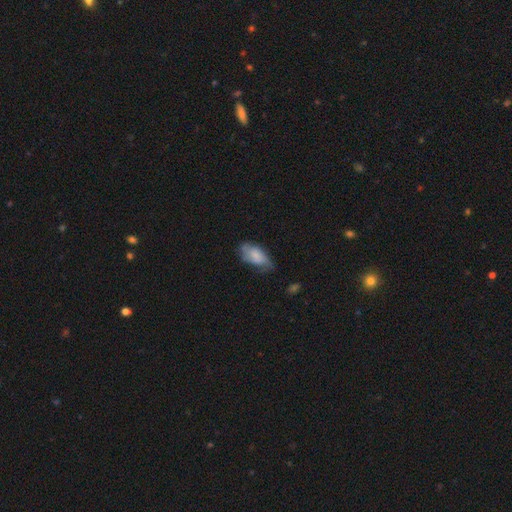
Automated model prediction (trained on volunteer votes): This appears to be a smooth galaxy with no disk features (64%) that is in between round and cigar-shaped (92%). Merging: none (44%).